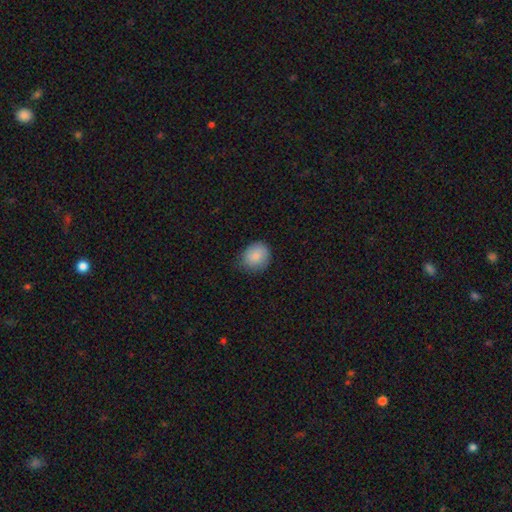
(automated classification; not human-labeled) Morphology: type=smooth (85%); roundness=round (66%); merging=none (71%).